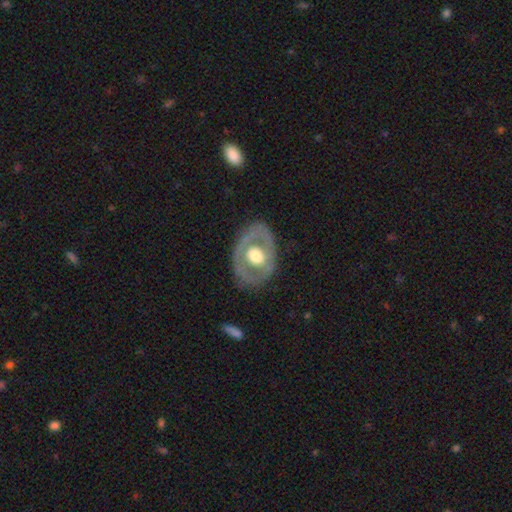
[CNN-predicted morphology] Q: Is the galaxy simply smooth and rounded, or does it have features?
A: featured or disk — 61%.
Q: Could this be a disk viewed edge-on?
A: no — 93%.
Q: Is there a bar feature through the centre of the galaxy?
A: no — 81%.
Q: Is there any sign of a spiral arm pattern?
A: no — 78%.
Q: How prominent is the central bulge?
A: moderate — 52%.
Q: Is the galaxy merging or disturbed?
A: none — 74%.